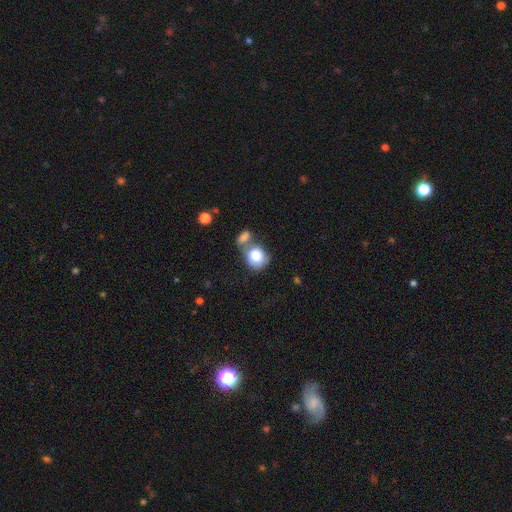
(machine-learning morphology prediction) A smooth galaxy with no disk features (81%) that is round (74%). Merging: merger (45%).